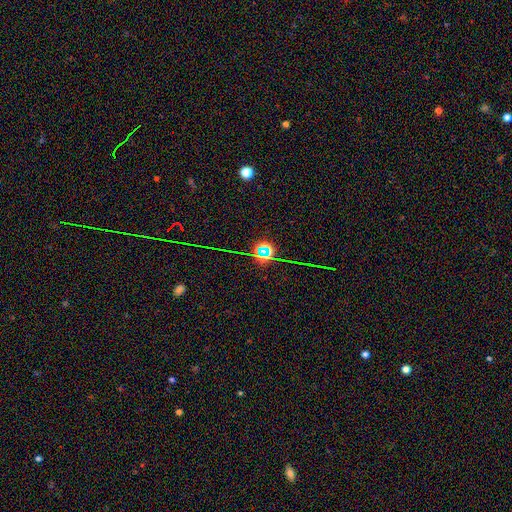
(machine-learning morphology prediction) A star or artifact, not a galaxy (69%).